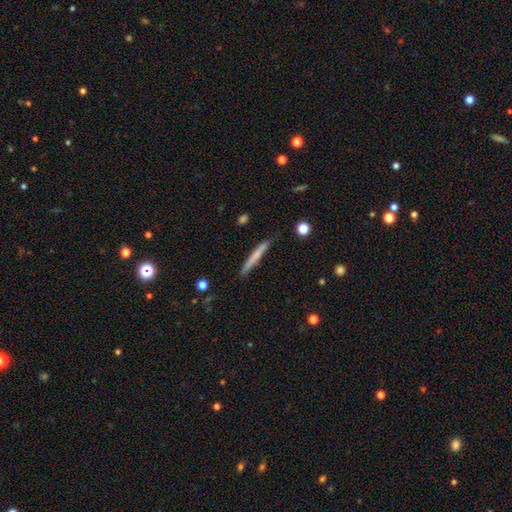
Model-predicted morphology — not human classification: A smooth galaxy with no disk features (61%) that is cigar-shaped (96%). Merging: none (83%).